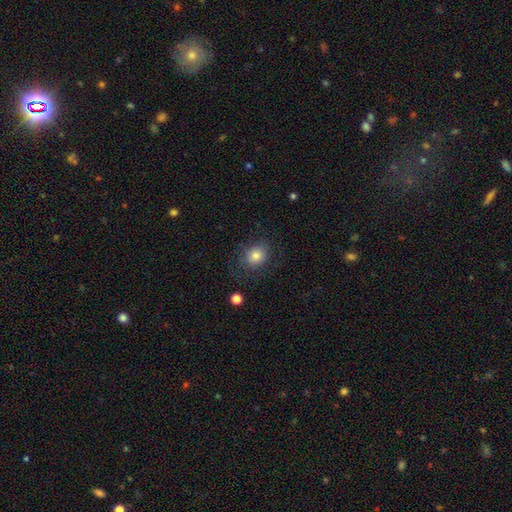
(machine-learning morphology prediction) Smooth or featured? smooth (81%)
How rounded? round (66%)
Merging? none (78%)